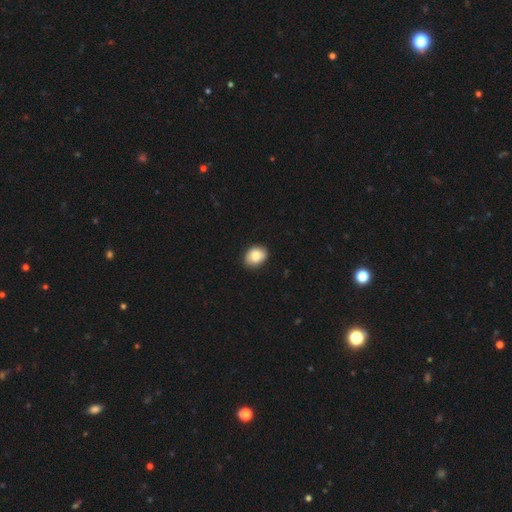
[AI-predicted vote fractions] Q: Smooth or featured?
A: smooth (84%); runner-up: featured or disk (9%)
Q: How rounded?
A: in between (62%); runner-up: round (37%)
Q: Merging?
A: none (83%); runner-up: minor disturbance (13%)